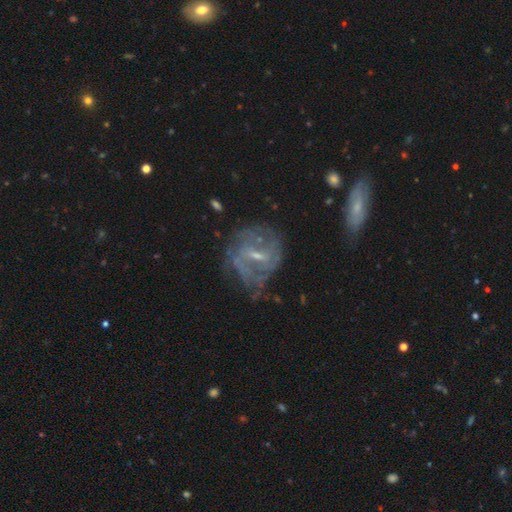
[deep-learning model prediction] The model was most divided on "spiral winding" (2-way tie): tight: 40%, medium: 40%, loose: 20%. Remaining: edge-on disk — no (95%); smooth or featured — featured or disk (76%); spiral arms — yes (74%); bulge size — small (60%); merging — none (56%); bar — weak (54%); spiral arm count — can't tell (43%).